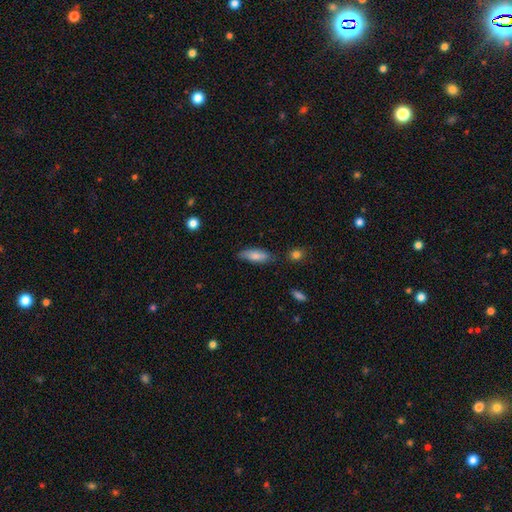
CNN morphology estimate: smooth_or_featured: smooth (p=0.79) [alt: featured or disk p=0.15]
how_rounded: in between (p=0.64) [alt: cigar-shaped p=0.34]
merging: none (p=0.74) [alt: minor disturbance p=0.19]